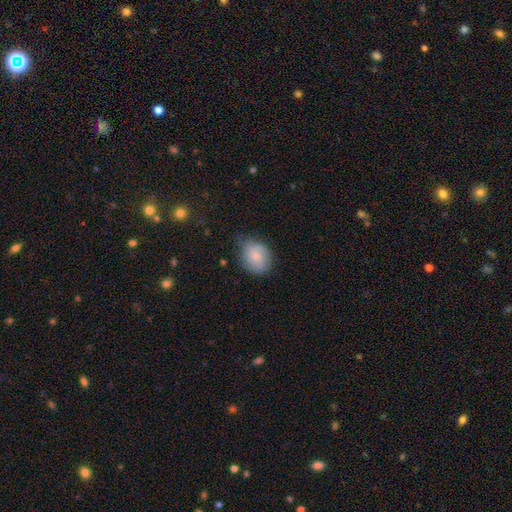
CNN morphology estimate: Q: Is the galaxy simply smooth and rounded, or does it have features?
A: smooth — 71%.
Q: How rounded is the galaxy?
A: round — 52%.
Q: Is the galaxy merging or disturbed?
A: none — 64%.